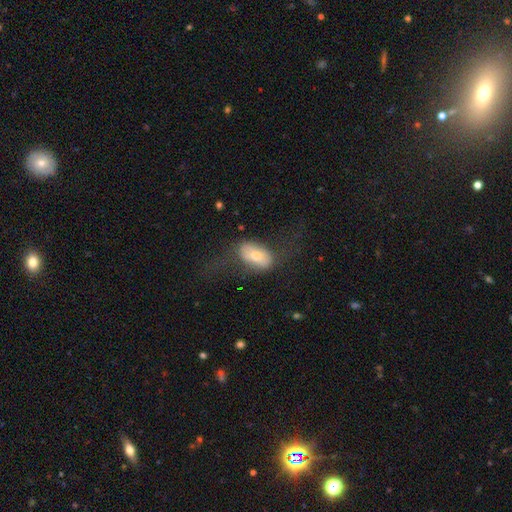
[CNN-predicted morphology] Smooth or featured?
  - smooth: 63% *
  - featured or disk: 30%
  - star or artifact: 7%
How rounded?
  - in between: 91% *
  - round: 7%
  - cigar-shaped: 3%
Merging?
  - none: 51% *
  - major disturbance: 27%
  - minor disturbance: 20%
  - merger: 2%